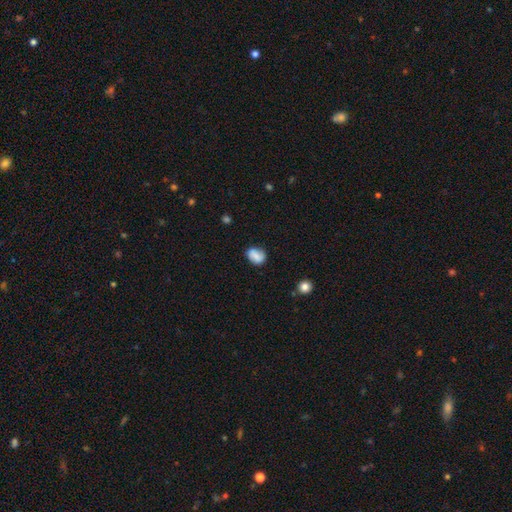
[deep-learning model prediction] A smooth galaxy with no disk features (74%) that is in between round and cigar-shaped (66%). Merging: none (70%).